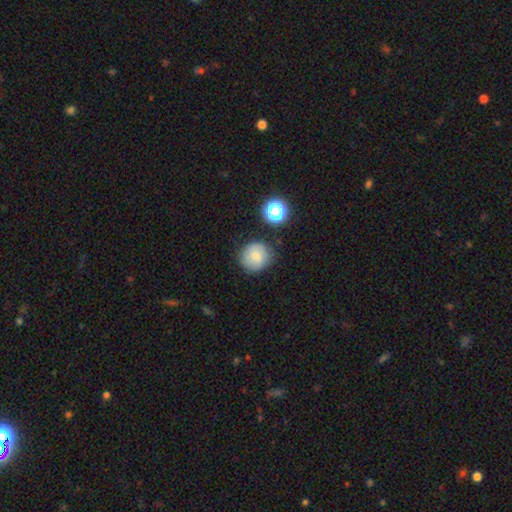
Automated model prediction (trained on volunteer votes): Q: Smooth or featured?
A: smooth (78%); runner-up: featured or disk (12%)
Q: How rounded?
A: round (90%); runner-up: in between (9%)
Q: Merging?
A: none (79%); runner-up: minor disturbance (14%)